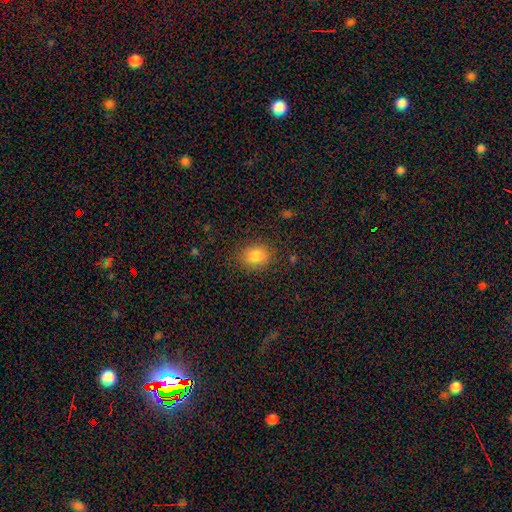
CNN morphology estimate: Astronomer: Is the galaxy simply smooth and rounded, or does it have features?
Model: smooth — 84%.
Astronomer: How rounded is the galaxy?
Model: round — 51% (runner-up: in between, 48%).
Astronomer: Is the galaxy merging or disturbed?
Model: none — 83%.